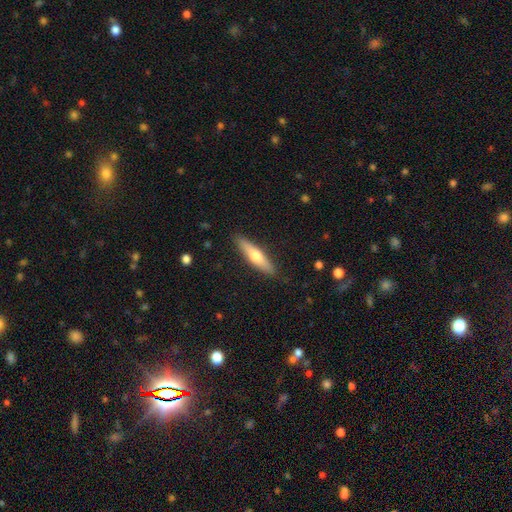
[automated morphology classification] The model was most divided on "smooth or featured": smooth: 54%, featured or disk: 41%, star or artifact: 5%. More confident: merging — none (88%); how rounded — cigar-shaped (78%).